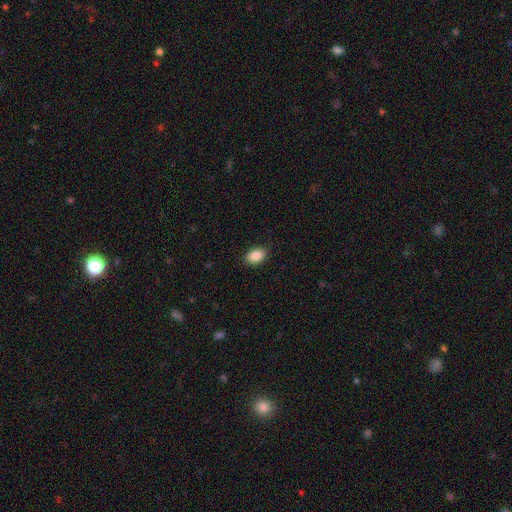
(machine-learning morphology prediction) Smooth or featured: smooth — 88% (star or artifact — 8%)
How rounded: in between — 82% (round — 17%)
Merging: none — 89% (minor disturbance — 8%)